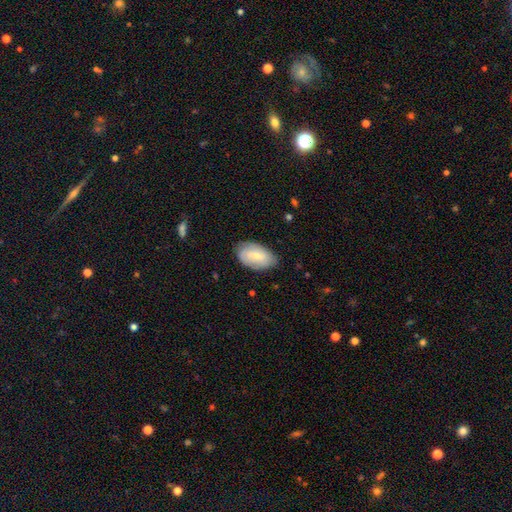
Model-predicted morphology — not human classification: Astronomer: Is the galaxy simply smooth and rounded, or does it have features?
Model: smooth — 61%.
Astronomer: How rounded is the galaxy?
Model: in between — 93%.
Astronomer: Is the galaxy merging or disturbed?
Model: none — 76%.